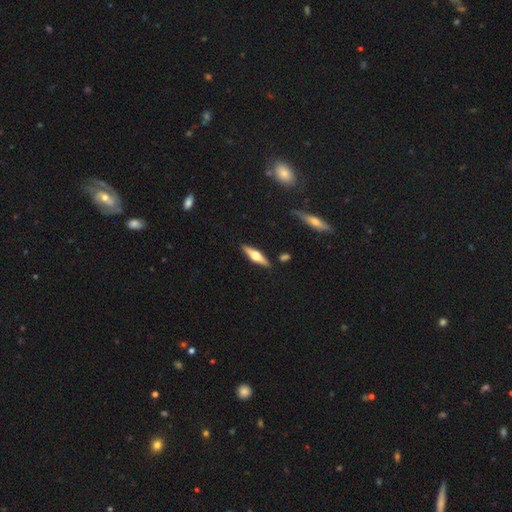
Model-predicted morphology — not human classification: This is likely a featured or disk galaxy (64%). It is clearly viewed edge-on (96%). Edge-on bulge: clearly rounded (95%). Merging: clearly none (89%).